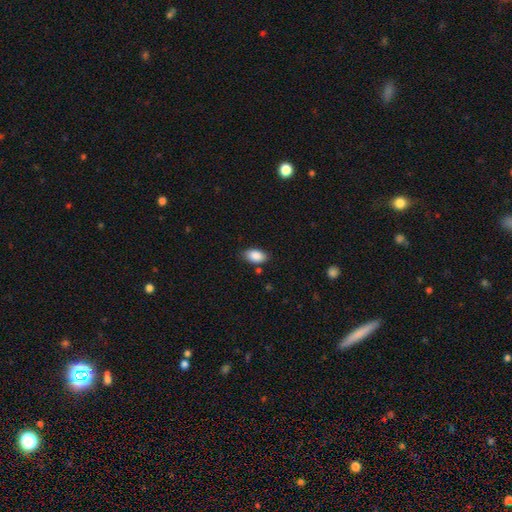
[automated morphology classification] smooth_or_featured: smooth (p=0.88) [alt: star or artifact p=0.07]
how_rounded: in between (p=0.93) [alt: round p=0.05]
merging: none (p=0.82) [alt: minor disturbance p=0.13]